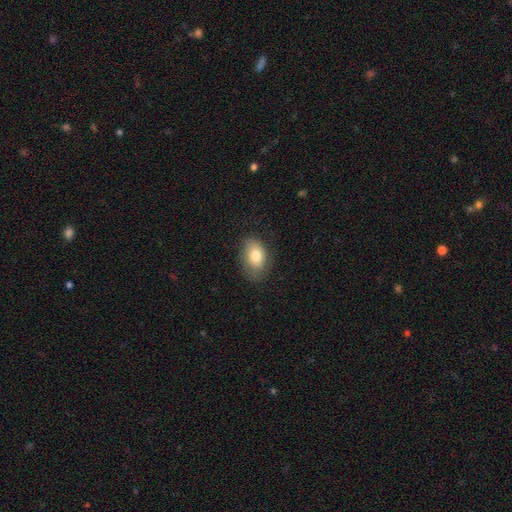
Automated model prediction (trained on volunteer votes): Smooth or featured?
  - smooth: 79% *
  - featured or disk: 13%
  - star or artifact: 8%
How rounded?
  - in between: 84% *
  - round: 15%
  - cigar-shaped: 1%
Merging?
  - none: 72% *
  - minor disturbance: 21%
  - major disturbance: 6%
  - merger: 1%